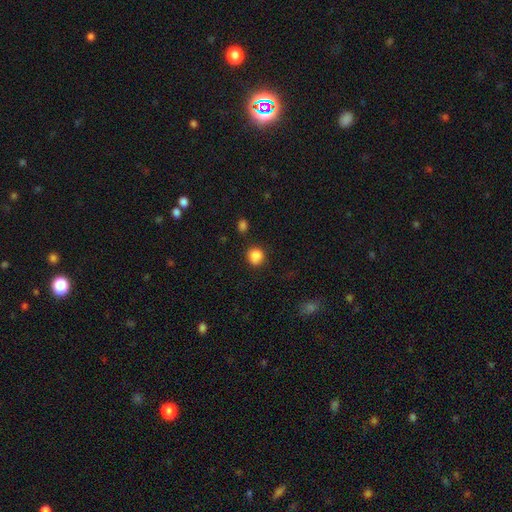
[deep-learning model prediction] Morphology: type=smooth (85%); roundness=round (79%); merging=none (73%).